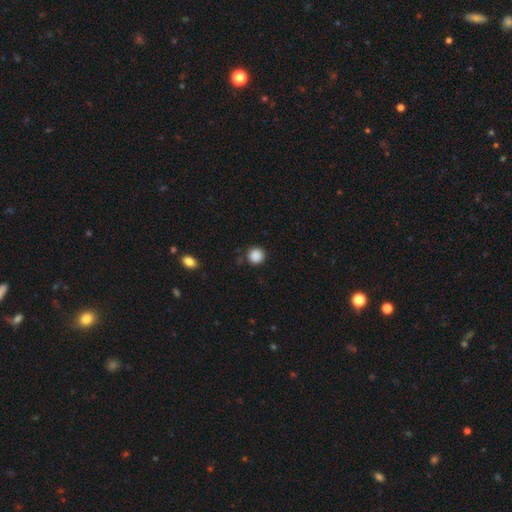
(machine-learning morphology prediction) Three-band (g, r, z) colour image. It shows a smooth galaxy with no disk features (88%) that is round (93%). Merging: none (86%).